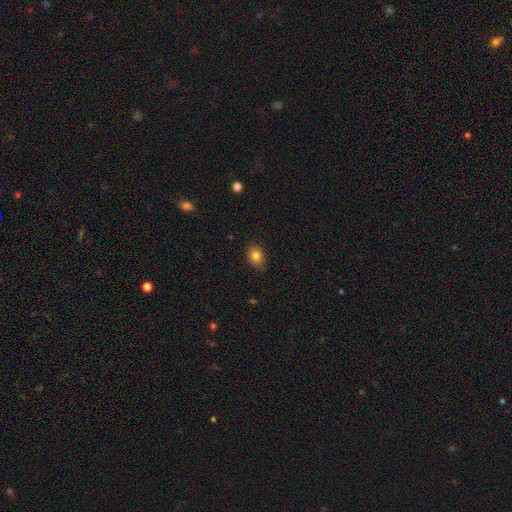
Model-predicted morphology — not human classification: This appears to be a smooth galaxy with no disk features (82%) that is in between round and cigar-shaped (74%). Merging: none (81%).